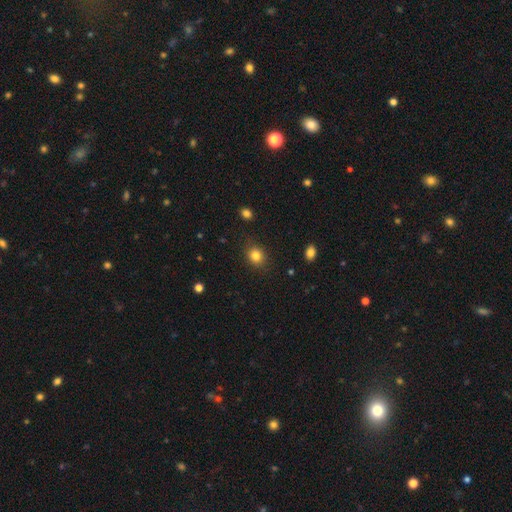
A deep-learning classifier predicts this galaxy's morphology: Smooth or featured?
  - smooth: 82% *
  - star or artifact: 12%
  - featured or disk: 6%
How rounded?
  - round: 72% *
  - in between: 27%
  - cigar-shaped: 1%
Merging?
  - none: 87% *
  - minor disturbance: 9%
  - major disturbance: 3%
  - merger: 1%